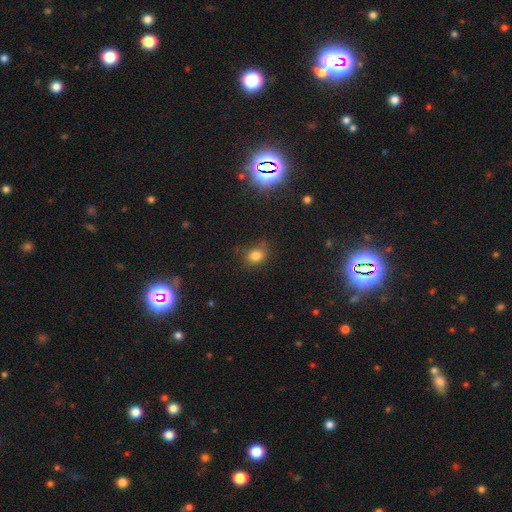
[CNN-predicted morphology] smooth 78%, star or artifact 15%, featured or disk 7%. Down the decision tree: how rounded — round (56%); merging — none (69%).